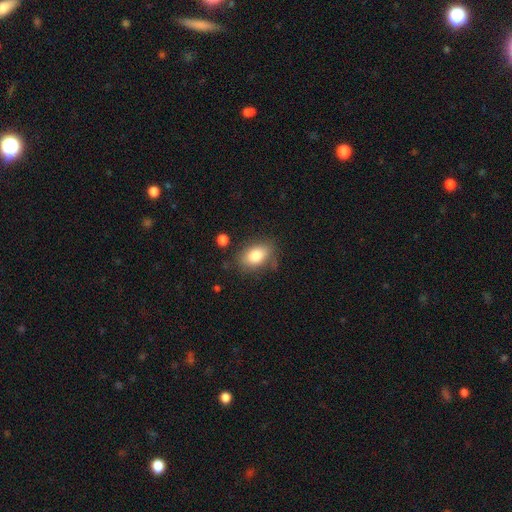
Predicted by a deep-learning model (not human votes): smooth-or-featured: smooth: 81% | featured or disk: 11% | star or artifact: 8%
  how-rounded: in between: 84% | round: 14% | cigar-shaped: 2%
  merging: none: 73% | minor disturbance: 18% | major disturbance: 5% | merger: 3%